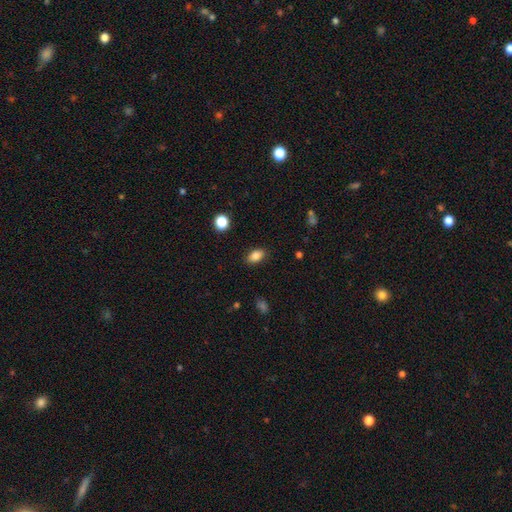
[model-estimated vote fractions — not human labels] Smooth or featured? smooth (84%)
How rounded? in between (88%)
Merging? none (87%)